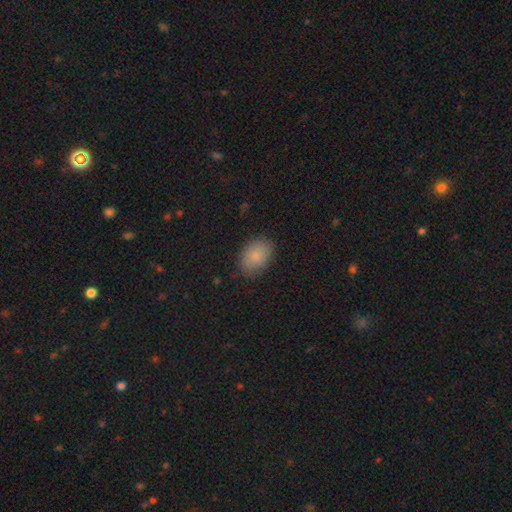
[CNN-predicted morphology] Smooth or featured?
  - smooth: 83% *
  - featured or disk: 9%
  - star or artifact: 7%
How rounded?
  - in between: 81% *
  - round: 18%
  - cigar-shaped: 1%
Merging?
  - none: 84% *
  - minor disturbance: 12%
  - major disturbance: 3%
  - merger: 1%